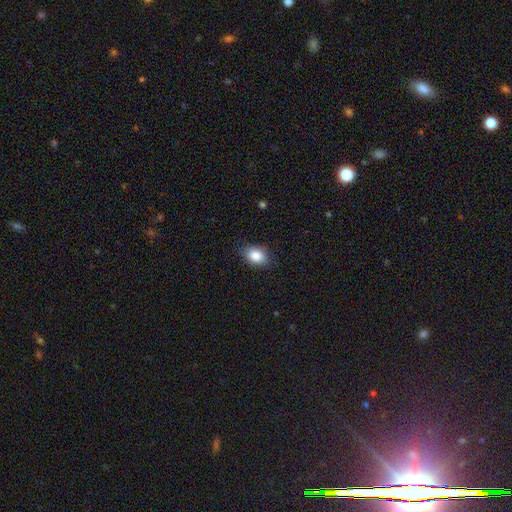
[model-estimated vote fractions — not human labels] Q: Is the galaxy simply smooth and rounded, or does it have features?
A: smooth — 86%.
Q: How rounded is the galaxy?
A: in between — 78%.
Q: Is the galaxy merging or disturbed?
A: none — 83%.